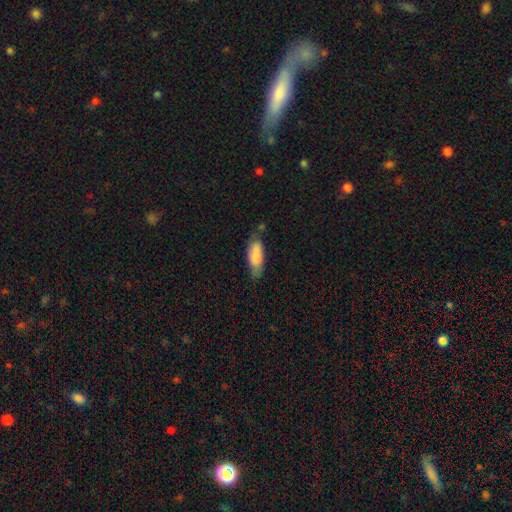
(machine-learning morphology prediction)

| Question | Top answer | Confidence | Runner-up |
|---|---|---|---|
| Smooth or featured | smooth | 84% | featured or disk (10%) |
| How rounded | in between | 75% | cigar-shaped (23%) |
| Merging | none | 59% | minor disturbance (29%) |